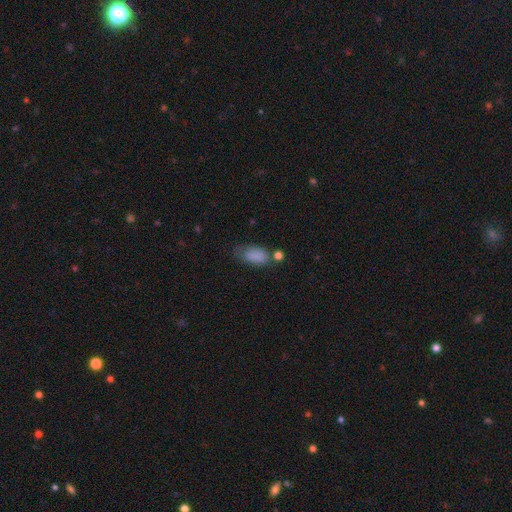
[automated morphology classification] This appears to be a smooth galaxy with no disk features (82%) that is in between round and cigar-shaped (90%). Merging: none (47%).